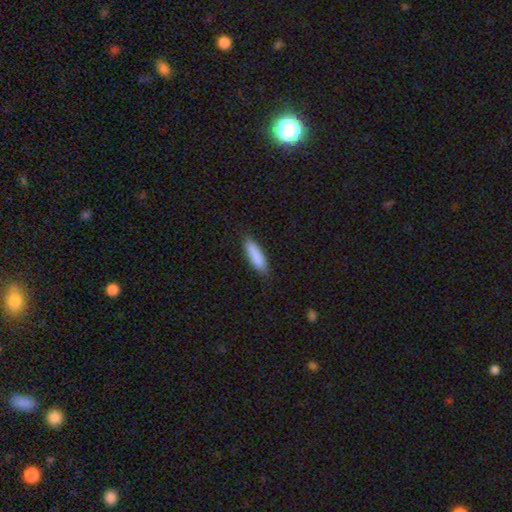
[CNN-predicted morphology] Smooth or featured: smooth — 88% (star or artifact — 6%)
How rounded: cigar-shaped — 55% (in between — 44%)
Merging: none — 85% (minor disturbance — 12%)